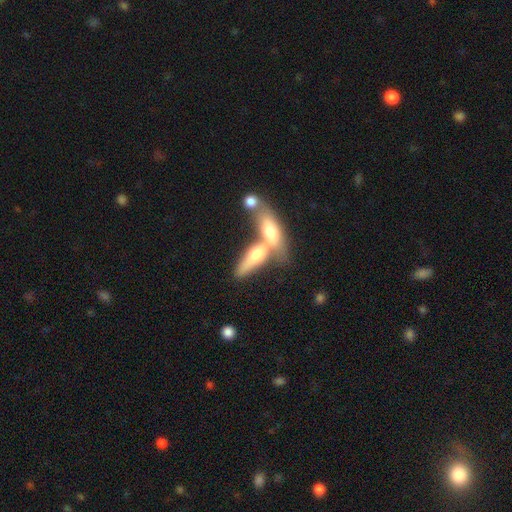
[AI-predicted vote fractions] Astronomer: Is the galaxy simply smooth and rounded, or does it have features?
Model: smooth — 53% (runner-up: featured or disk, 40%).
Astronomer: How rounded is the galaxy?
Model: in between — 52% (runner-up: cigar-shaped, 44%).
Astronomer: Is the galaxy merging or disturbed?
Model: merger — 67%.